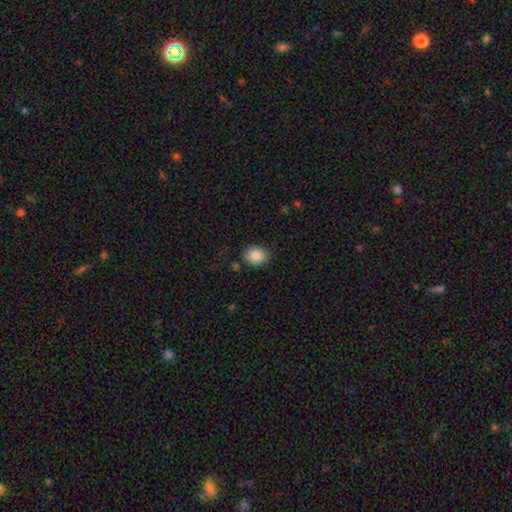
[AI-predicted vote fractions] Smooth or featured? Predicted: smooth (p=0.88). How rounded? Predicted: round (p=0.54). Merging? Predicted: none (p=0.82).